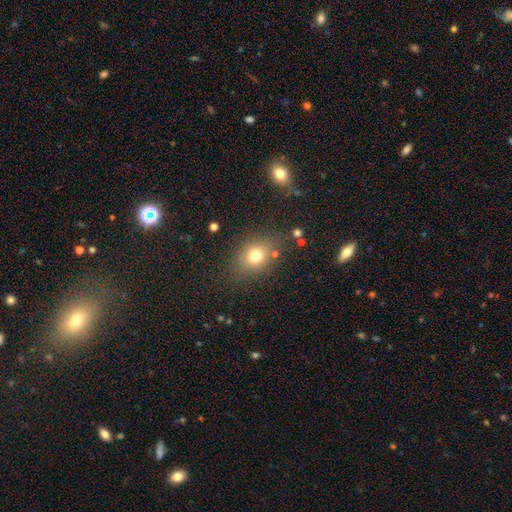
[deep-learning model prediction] smooth-or-featured: smooth: 74% | star or artifact: 15% | featured or disk: 11%
  how-rounded: in between: 53% | round: 46% | cigar-shaped: 2%
  merging: none: 79% | minor disturbance: 13% | major disturbance: 5% | merger: 4%